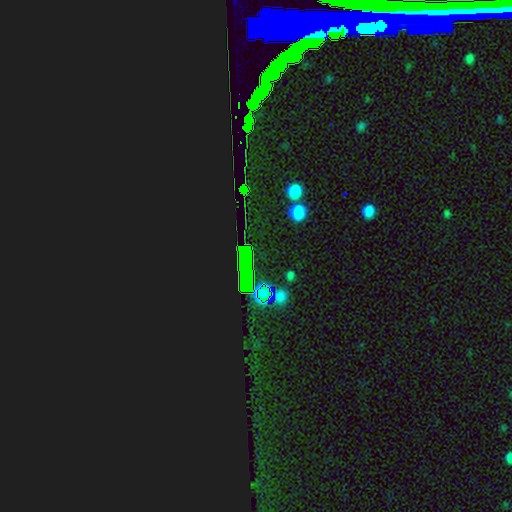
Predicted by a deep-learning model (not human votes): Q: Smooth or featured?
A: star or artifact (75%); runner-up: smooth (14%)